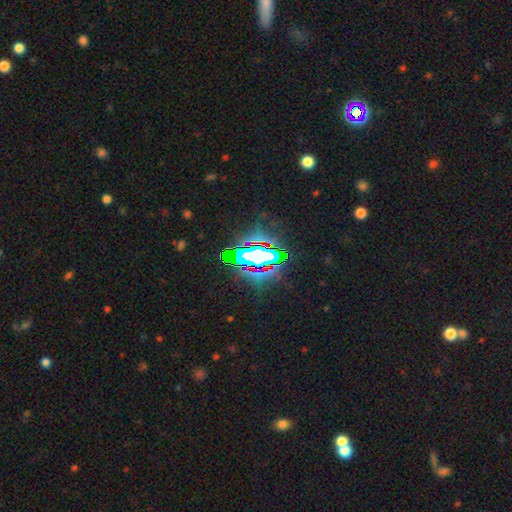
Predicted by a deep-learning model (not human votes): smooth_or_featured: star or artifact (p=0.68) [alt: featured or disk p=0.17]